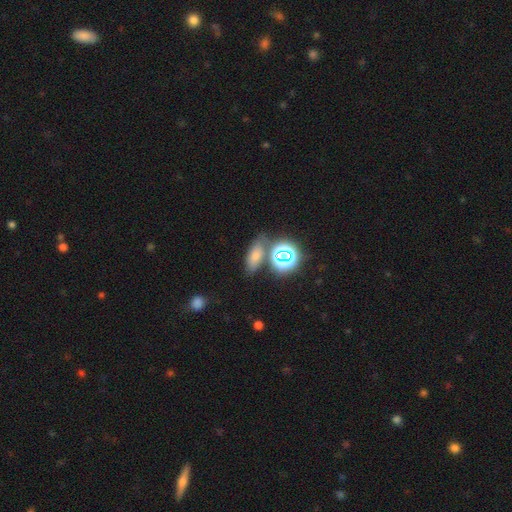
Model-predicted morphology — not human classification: Q: Smooth or featured?
A: smooth (62%); runner-up: star or artifact (26%)
Q: How rounded?
A: in between (71%); runner-up: round (16%)
Q: Merging?
A: none (67%); runner-up: minor disturbance (14%)